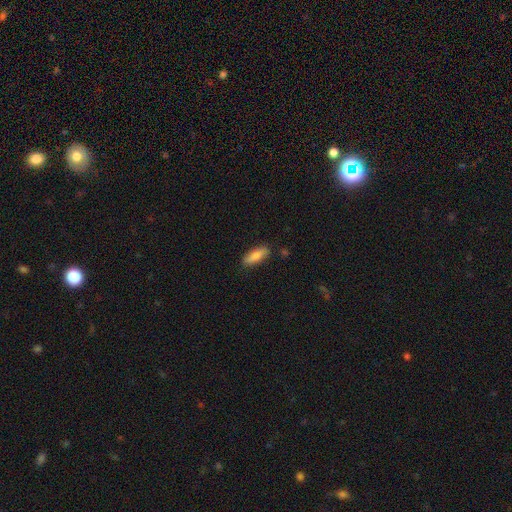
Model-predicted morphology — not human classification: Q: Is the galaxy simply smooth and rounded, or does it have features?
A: smooth — 79%.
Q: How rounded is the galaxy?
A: in between — 57%.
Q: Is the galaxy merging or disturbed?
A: none — 84%.